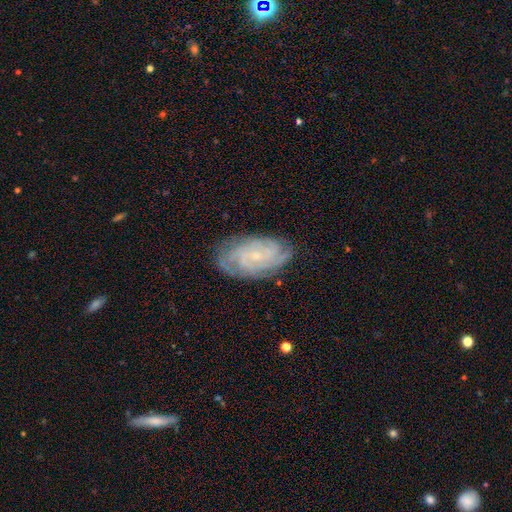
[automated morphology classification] type=featured or disk (83%); edge-on=no (96%); bar=no (64%); spiral arms=yes (97%); winding=tight (73%); arm count=can't tell (26%); bulge=small (80%); merging=none (80%).